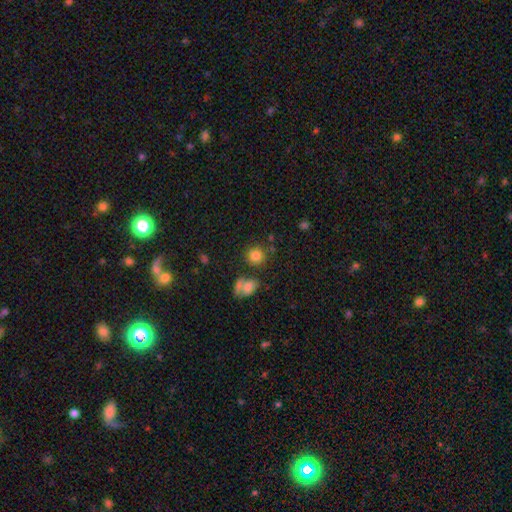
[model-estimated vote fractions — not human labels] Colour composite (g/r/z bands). It shows a smooth galaxy with no disk features (81%) that is round (86%). Merging: none (72%).